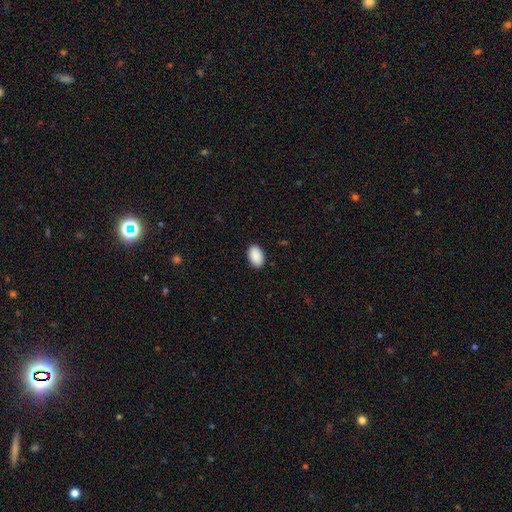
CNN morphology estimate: The model was most divided on "merging": none: 90%, minor disturbance: 7%, major disturbance: 2%, merger: 1%. More confident: how rounded — in between (93%); smooth or featured — smooth (91%).